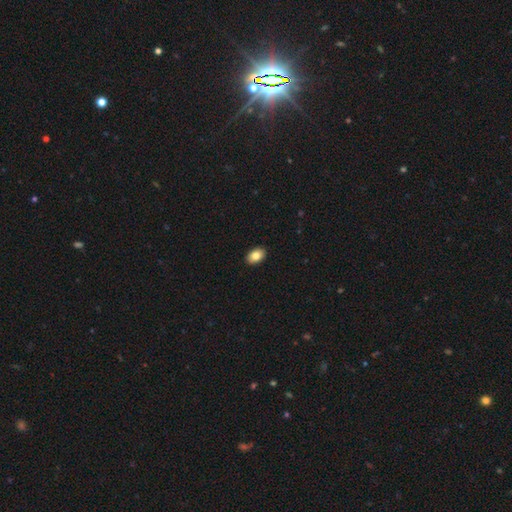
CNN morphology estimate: A smooth galaxy with no disk features (83%) that is in between round and cigar-shaped (87%).

Vote fractions:
- Smooth or featured? smooth: 83% / featured or disk: 9% / star or artifact: 8%
- How rounded? in between: 87% / round: 12% / cigar-shaped: 1%
- Merging? none: 91% / minor disturbance: 7% / major disturbance: 1% / merger: 1%